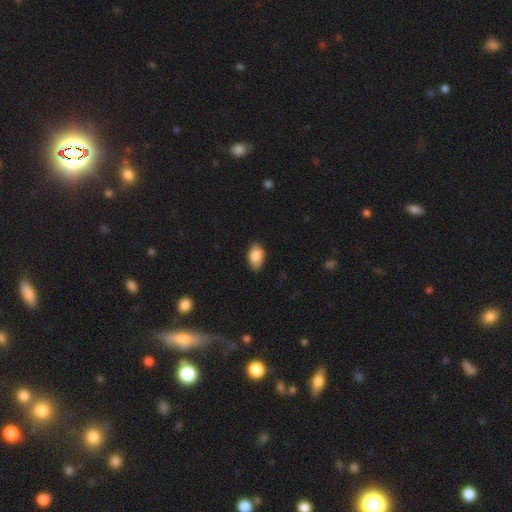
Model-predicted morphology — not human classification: Smooth or featured? smooth (86%)
How rounded? in between (91%)
Merging? none (82%)